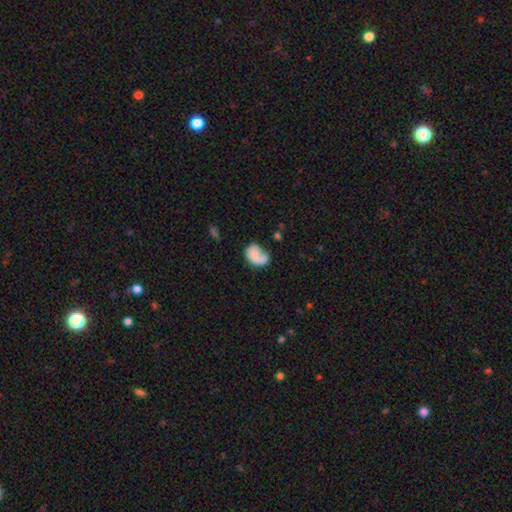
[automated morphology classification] Smooth or featured? smooth (65%)
How rounded? in between (69%)
Merging? none (34%)